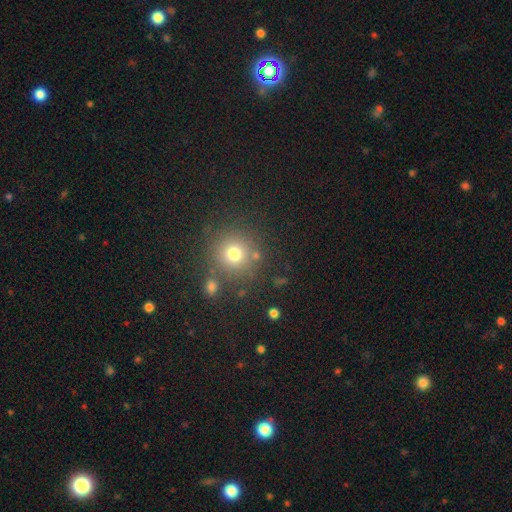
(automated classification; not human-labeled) smooth 71%, star or artifact 21%, featured or disk 9%. Down the decision tree: how rounded — round (94%); merging — none (81%).